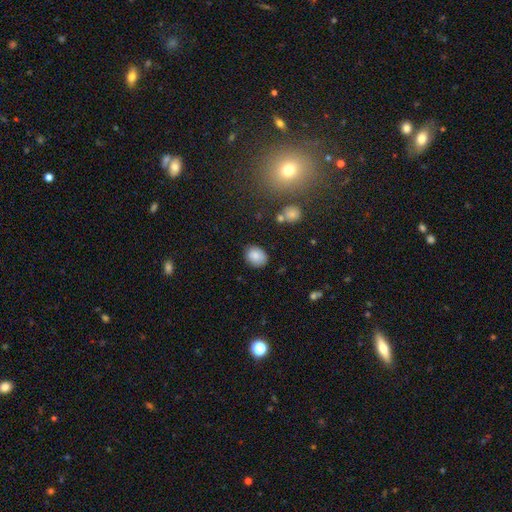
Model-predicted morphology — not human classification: Smooth or featured?
  - smooth: 83% *
  - star or artifact: 9%
  - featured or disk: 8%
How rounded?
  - in between: 52% *
  - round: 47%
  - cigar-shaped: 1%
Merging?
  - none: 80% *
  - minor disturbance: 15%
  - major disturbance: 3%
  - merger: 2%